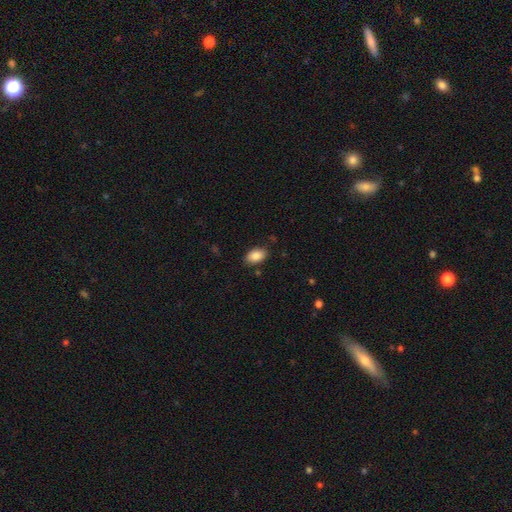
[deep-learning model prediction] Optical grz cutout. It shows a smooth galaxy with no disk features (86%) that is in between round and cigar-shaped (92%). Merging: none (85%).